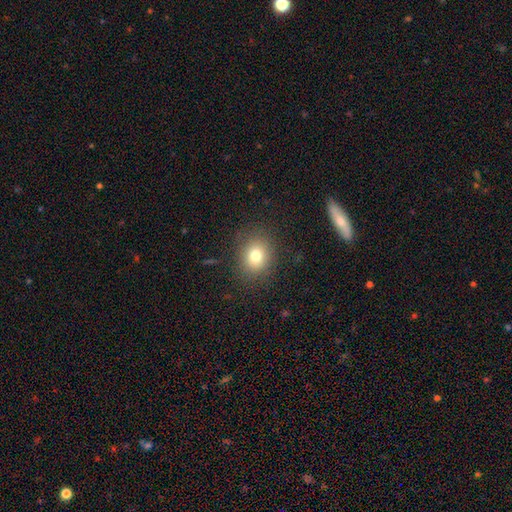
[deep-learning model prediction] Morphology: type=smooth (77%); roundness=round (66%); merging=none (85%).